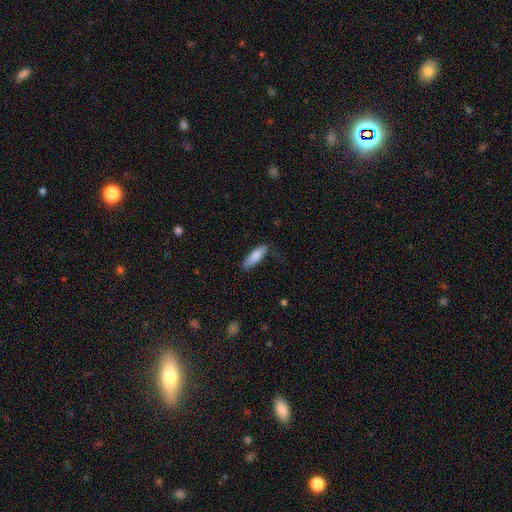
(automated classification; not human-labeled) Q: Smooth or featured?
A: smooth (80%); runner-up: featured or disk (14%)
Q: How rounded?
A: cigar-shaped (63%); runner-up: in between (36%)
Q: Merging?
A: none (73%); runner-up: minor disturbance (21%)